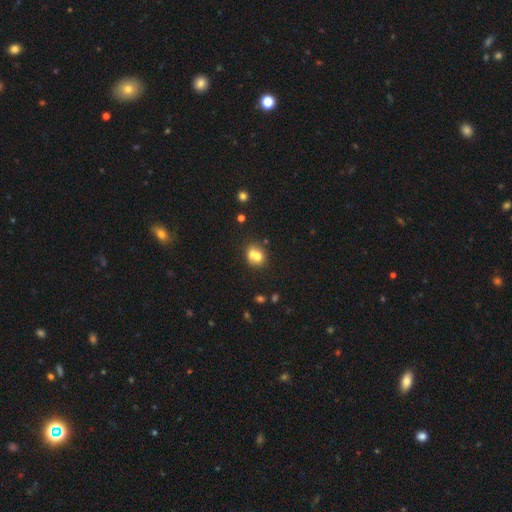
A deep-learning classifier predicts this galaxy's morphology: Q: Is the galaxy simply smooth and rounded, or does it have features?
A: smooth — 67%.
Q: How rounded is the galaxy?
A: round — 69%.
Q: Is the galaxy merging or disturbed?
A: merger — 55%.